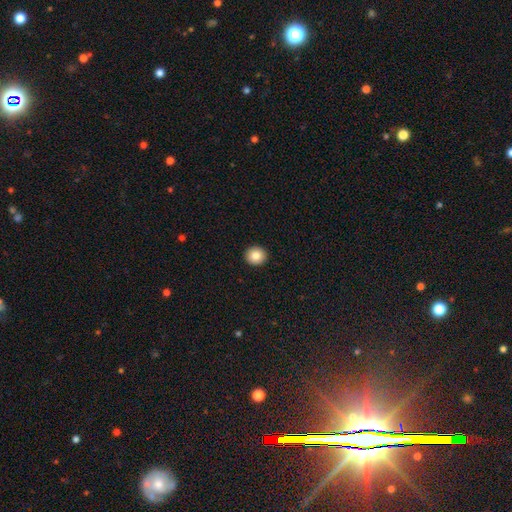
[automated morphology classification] smooth-or-featured: smooth: 85% | star or artifact: 9% | featured or disk: 6%
  how-rounded: round: 91% | in between: 8% | cigar-shaped: 1%
  merging: none: 94% | minor disturbance: 4% | major disturbance: 1% | merger: 1%